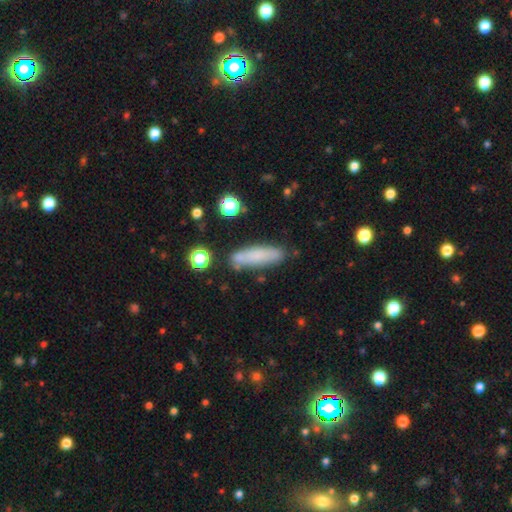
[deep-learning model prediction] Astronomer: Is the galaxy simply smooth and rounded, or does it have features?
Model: smooth — 74%.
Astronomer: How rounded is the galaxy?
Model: cigar-shaped — 66%.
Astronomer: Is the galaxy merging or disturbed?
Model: none — 74%.